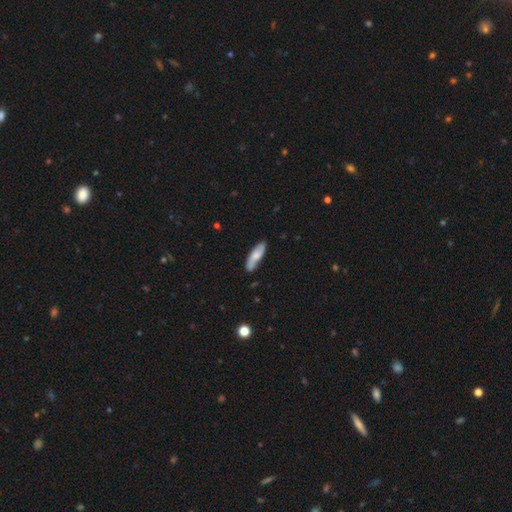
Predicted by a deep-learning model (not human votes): A smooth galaxy with no disk features (64%) that is cigar-shaped (56%). Merging: none (80%).